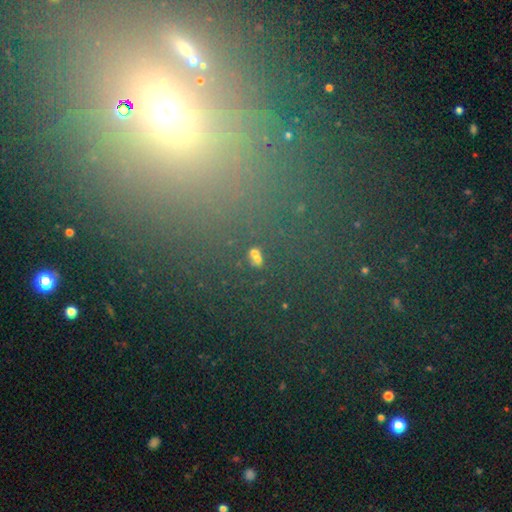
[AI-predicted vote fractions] smooth 47%, star or artifact 40%, featured or disk 13%. Down the decision tree: merging — none (54%).